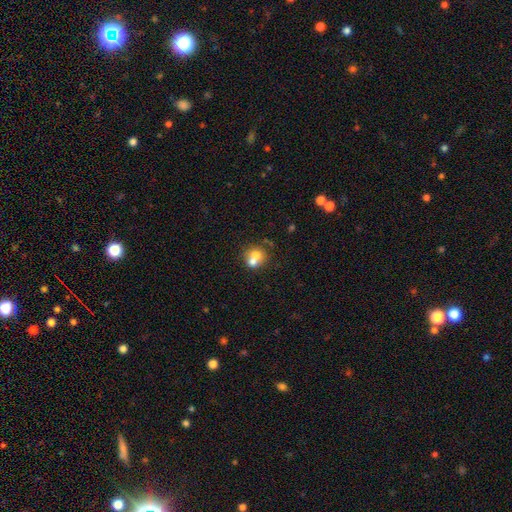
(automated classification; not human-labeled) Morphology: type=smooth (66%); roundness=round (74%); merging=merger (59%).